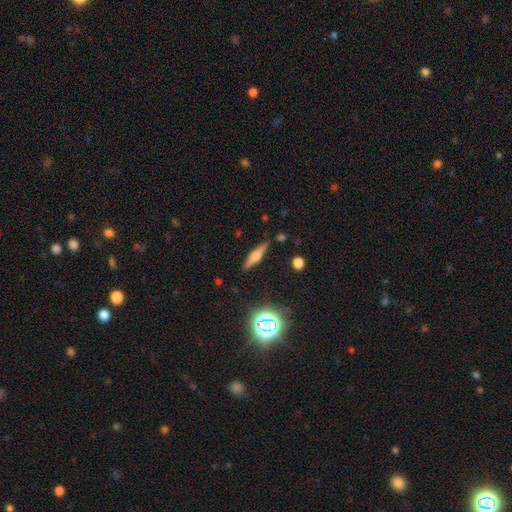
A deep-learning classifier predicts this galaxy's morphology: Smooth or featured? Predicted: featured or disk (p=0.60). Edge-on disk? Predicted: yes (p=0.96). Edge-on bulge? Predicted: rounded (p=0.88). Merging? Predicted: none (p=0.87).